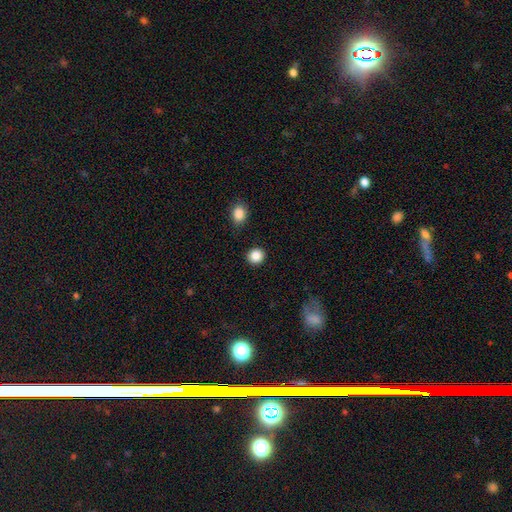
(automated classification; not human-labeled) smooth-or-featured: smooth: 87% | star or artifact: 10% | featured or disk: 3%
  how-rounded: round: 89% | in between: 10% | cigar-shaped: 1%
  merging: none: 89% | minor disturbance: 6% | merger: 2% | major disturbance: 2%